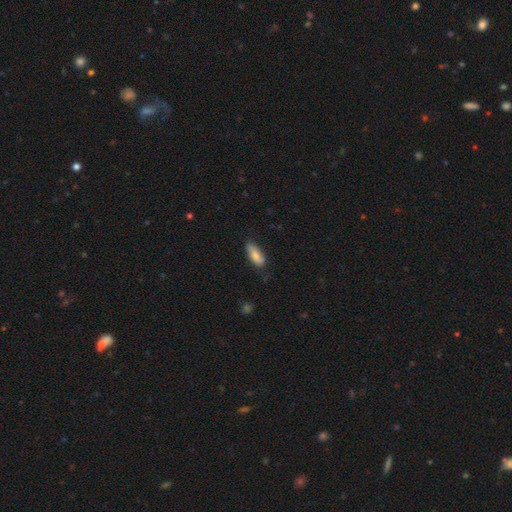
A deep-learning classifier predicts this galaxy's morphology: smooth 78%, featured or disk 16%, star or artifact 6%. Down the decision tree: how rounded — in between (76%); merging — none (72%).